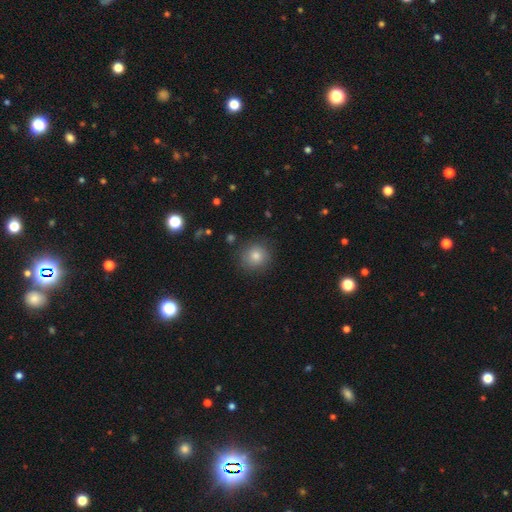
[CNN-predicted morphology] This is likely a smooth galaxy (77%). How rounded: clearly round (91%). Merging: clearly none (88%).